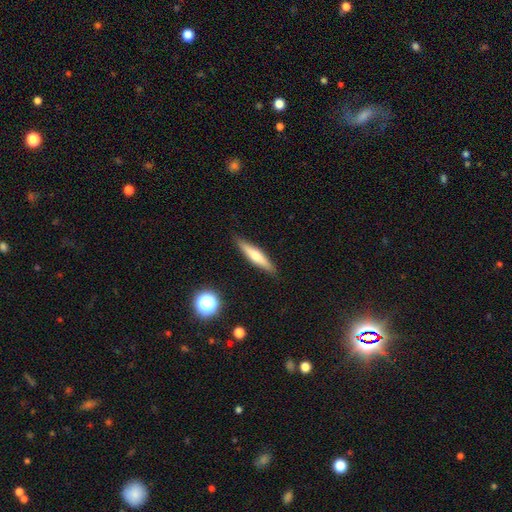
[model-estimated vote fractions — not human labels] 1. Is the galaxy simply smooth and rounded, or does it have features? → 53% smooth, 40% featured or disk, 7% star or artifact.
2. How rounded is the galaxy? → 85% cigar-shaped, 13% in between, 2% round.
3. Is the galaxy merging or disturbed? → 89% none, 8% minor disturbance, 2% major disturbance, 1% merger.